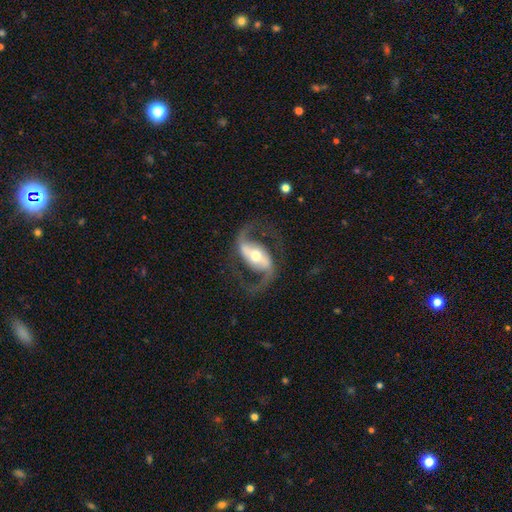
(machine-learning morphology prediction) smooth-or-featured: featured or disk: 92% | smooth: 4% | star or artifact: 4%
  disk-edge-on: no: 97% | yes: 3%
    bar: strong: 55% | weak: 28% | no: 16%
    has-spiral-arms: yes: 97% | no: 3%
      spiral-winding: medium: 49% | loose: 43% | tight: 8%
      spiral-arm-count: 2: 94% | 1: 2% | can't tell: 1% | 3: 1% | 4: 1% | more than 4: 1%
    bulge-size: moderate: 64% | small: 25% | large: 9% | dominant: 1% | none: 1%
  merging: none: 79% | minor disturbance: 11% | major disturbance: 9% | merger: 1%